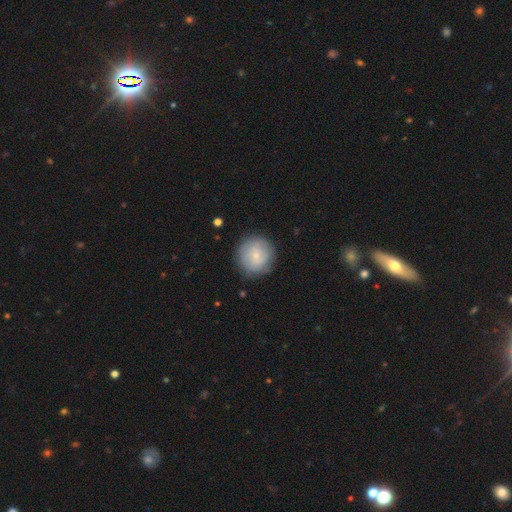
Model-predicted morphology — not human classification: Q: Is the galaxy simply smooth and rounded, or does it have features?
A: smooth — 56%.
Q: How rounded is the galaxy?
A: round — 92%.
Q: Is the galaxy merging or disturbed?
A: none — 83%.